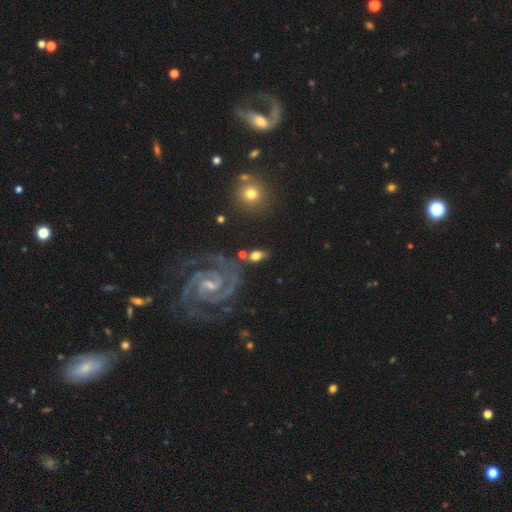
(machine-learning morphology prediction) A smooth galaxy with no disk features (46%). Merging: none (71%).